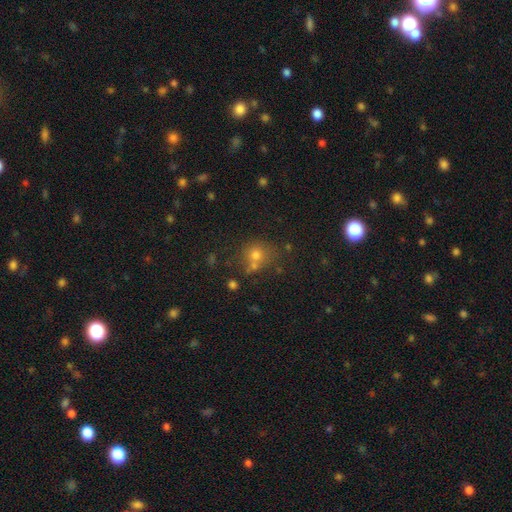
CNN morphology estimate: This appears to be a smooth galaxy with no disk features (66%) that is round (81%). Merging: none (58%).